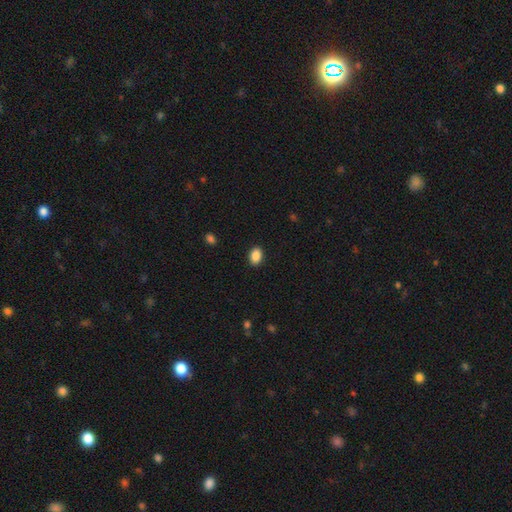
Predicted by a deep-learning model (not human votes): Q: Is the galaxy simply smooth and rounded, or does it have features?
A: smooth — 89%.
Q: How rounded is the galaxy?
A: in between — 86%.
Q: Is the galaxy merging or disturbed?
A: none — 90%.